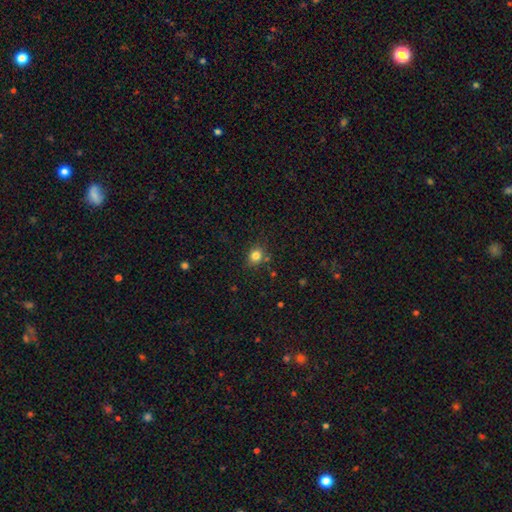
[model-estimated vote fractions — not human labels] This appears to be a smooth galaxy with no disk features (81%) that is round (69%). Merging: none (80%).